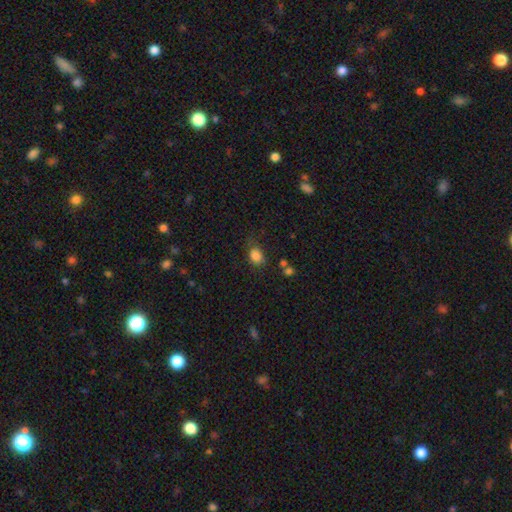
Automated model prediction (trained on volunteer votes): Overall: smooth (84%). How rounded: in between (54%; round 44%). Merging: none (64%).